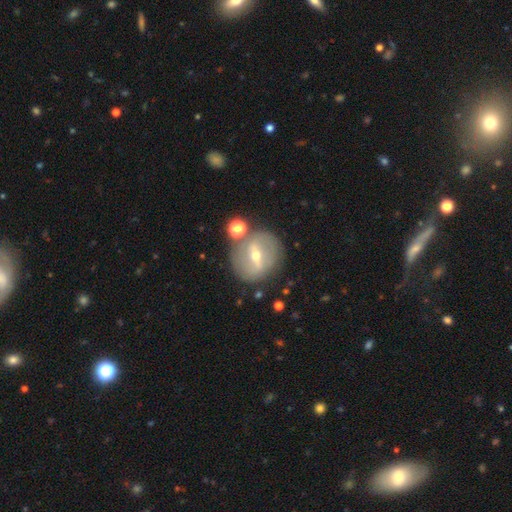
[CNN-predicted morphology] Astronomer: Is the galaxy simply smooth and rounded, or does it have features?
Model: featured or disk — 68%.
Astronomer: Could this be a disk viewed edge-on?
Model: no — 91%.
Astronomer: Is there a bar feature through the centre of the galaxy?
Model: strong — 51% (runner-up: weak, 37%).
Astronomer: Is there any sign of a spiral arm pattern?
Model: yes — 51% (runner-up: no, 49%).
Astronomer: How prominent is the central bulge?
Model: small — 49% (runner-up: moderate, 47%).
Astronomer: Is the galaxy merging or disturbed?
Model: none — 76%.